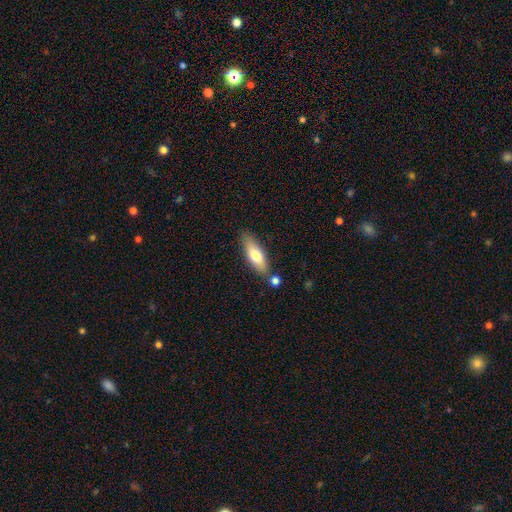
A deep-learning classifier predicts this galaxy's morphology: A smooth galaxy with no disk features (68%) that is in between round and cigar-shaped (54%).

Vote fractions:
- Smooth or featured? smooth: 68% / featured or disk: 26% / star or artifact: 6%
- How rounded? in between: 54% / cigar-shaped: 43% / round: 2%
- Merging? none: 71% / minor disturbance: 14% / merger: 11% / major disturbance: 3%